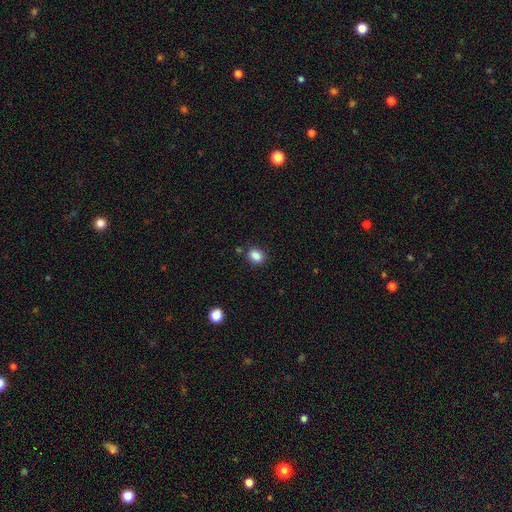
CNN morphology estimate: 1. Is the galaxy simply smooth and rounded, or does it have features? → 86% smooth, 10% star or artifact, 4% featured or disk.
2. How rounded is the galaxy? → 54% in between, 45% round, 1% cigar-shaped.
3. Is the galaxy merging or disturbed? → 82% none, 11% minor disturbance, 4% merger, 3% major disturbance.